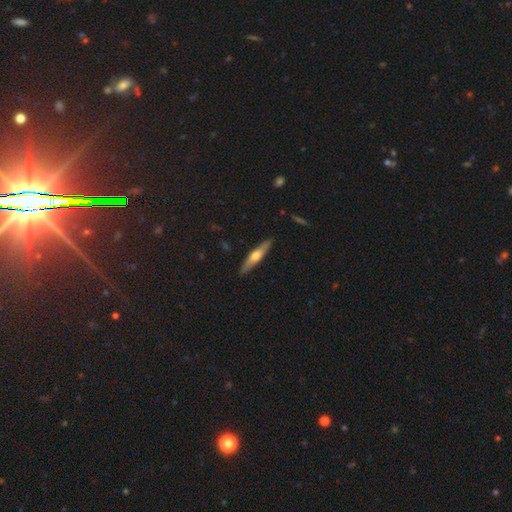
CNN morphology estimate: Smooth or featured: featured or disk — 51% (smooth — 43%)
Edge-on disk: yes — 92% (no — 8%)
Merging: none — 89% (minor disturbance — 8%)